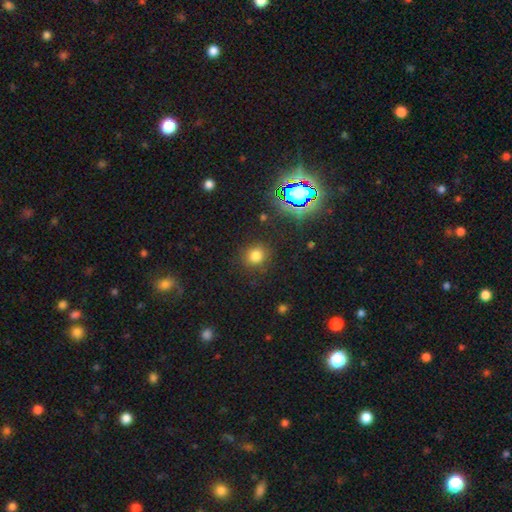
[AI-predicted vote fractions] Smooth or featured: smooth — 76% (star or artifact — 18%)
How rounded: round — 80% (in between — 19%)
Merging: none — 85% (minor disturbance — 9%)